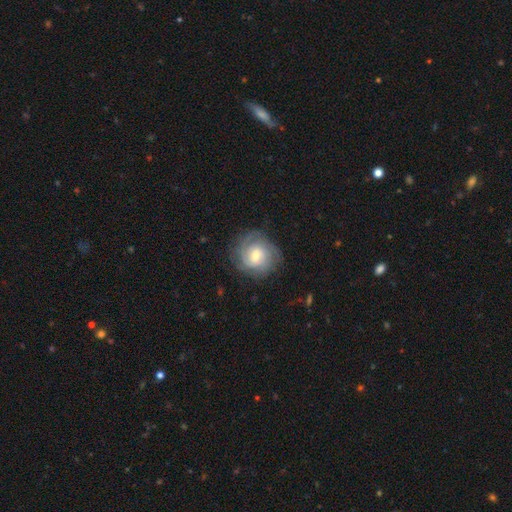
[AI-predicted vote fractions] The model was most divided on "bar": no: 55%, weak: 38%, strong: 6%. More confident: edge-on disk — no (97%); spiral arms — yes (86%); merging — none (75%); smooth or featured — featured or disk (59%); bulge size — moderate (54%).